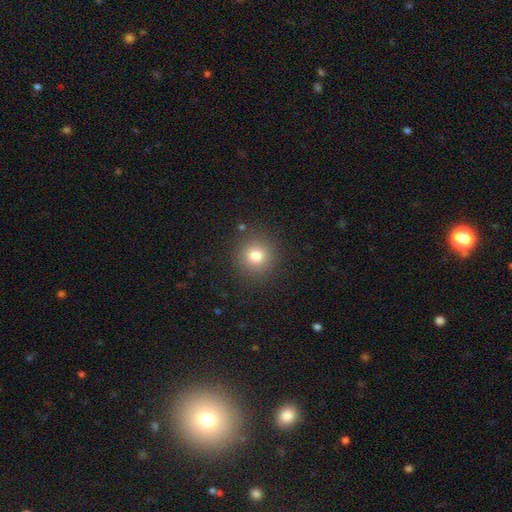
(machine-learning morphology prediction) A smooth galaxy with no disk features (78%) that is round (93%).

Vote fractions:
- Smooth or featured? smooth: 78% / star or artifact: 14% / featured or disk: 8%
- How rounded? round: 93% / in between: 6% / cigar-shaped: 1%
- Merging? none: 89% / minor disturbance: 7% / major disturbance: 3% / merger: 2%